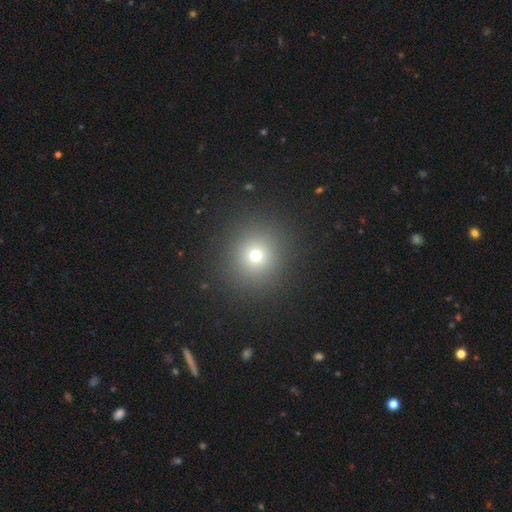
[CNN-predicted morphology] Smooth or featured?
  - smooth: 70% *
  - star or artifact: 20%
  - featured or disk: 10%
How rounded?
  - round: 91% *
  - in between: 8%
  - cigar-shaped: 1%
Merging?
  - none: 90% *
  - minor disturbance: 6%
  - major disturbance: 3%
  - merger: 1%